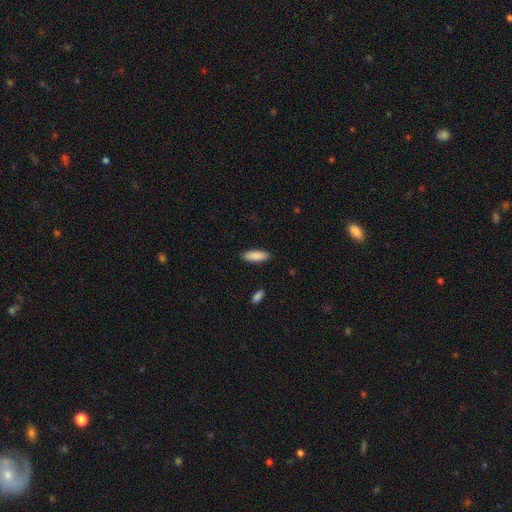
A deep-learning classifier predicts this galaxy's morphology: smooth 89%, star or artifact 6%, featured or disk 5%. Down the decision tree: how rounded — in between (65%); merging — none (89%).